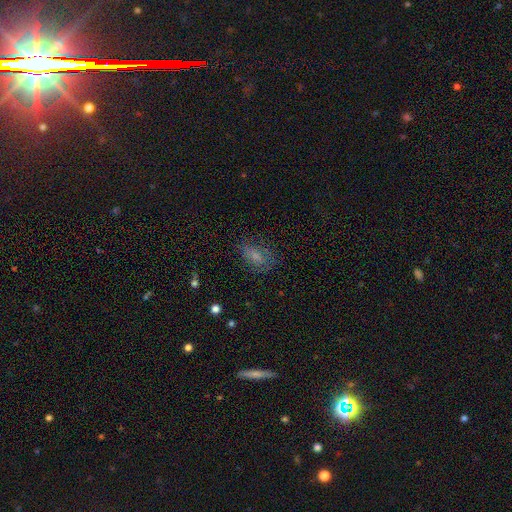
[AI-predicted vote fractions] Smooth or featured: smooth — 59% (featured or disk — 24%)
How rounded: in between — 82% (round — 14%)
Merging: none — 64% (minor disturbance — 22%)